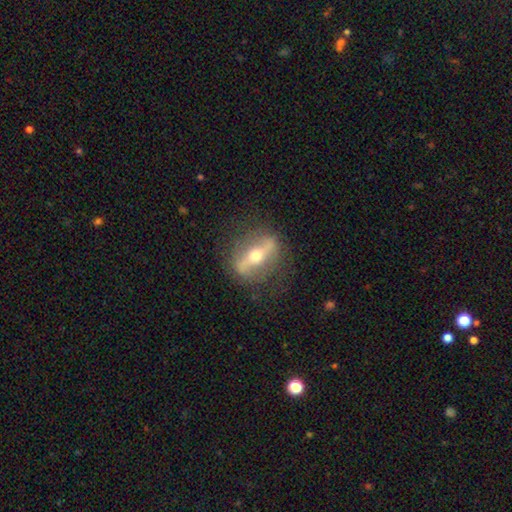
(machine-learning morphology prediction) This appears to be a featured or disk galaxy (77%). Merging: none (80%).